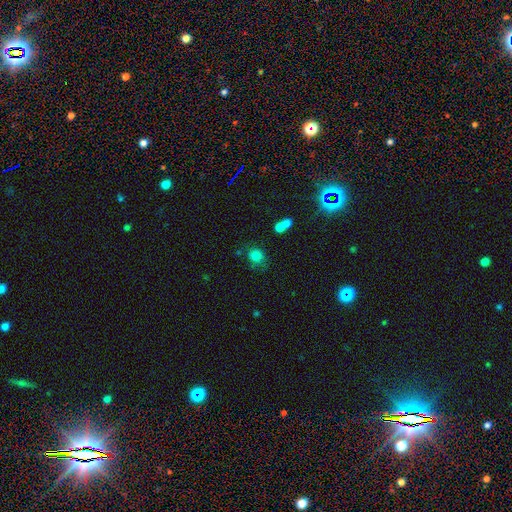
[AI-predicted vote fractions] smooth-or-featured: smooth: 81% | star or artifact: 12% | featured or disk: 7%
  how-rounded: round: 77% | in between: 22% | cigar-shaped: 1%
  merging: none: 63% | minor disturbance: 19% | merger: 10% | major disturbance: 8%